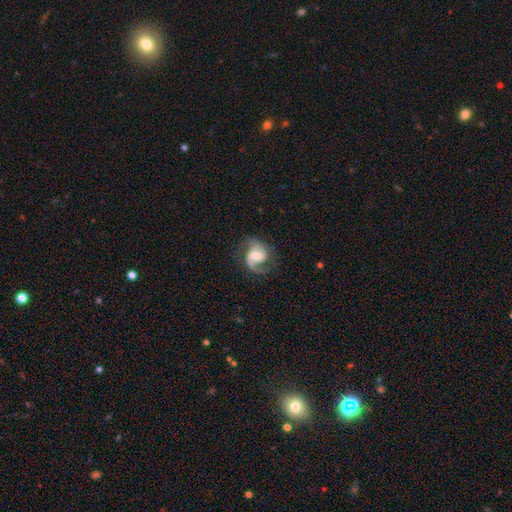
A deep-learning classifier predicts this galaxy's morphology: This appears to be a featured or disk galaxy (83%) with no bar (45%), 2 (84%) medium (52%) spiral arms (96%) and a moderate central bulge (61%). Merging: none (72%).